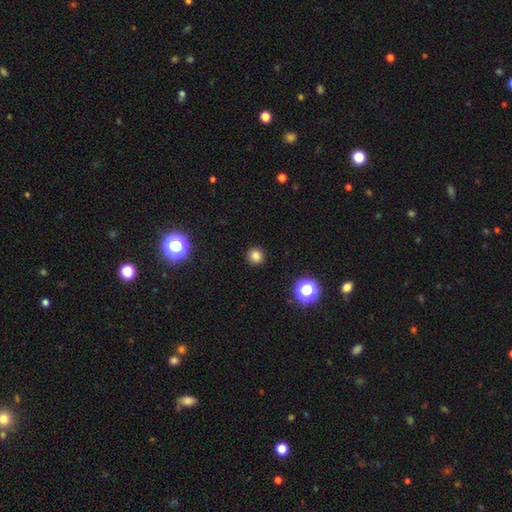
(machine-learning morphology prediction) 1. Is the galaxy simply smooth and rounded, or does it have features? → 80% smooth, 15% star or artifact, 4% featured or disk.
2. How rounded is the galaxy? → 93% round, 6% in between, 1% cigar-shaped.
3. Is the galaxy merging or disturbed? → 92% none, 5% minor disturbance, 2% major disturbance, 1% merger.